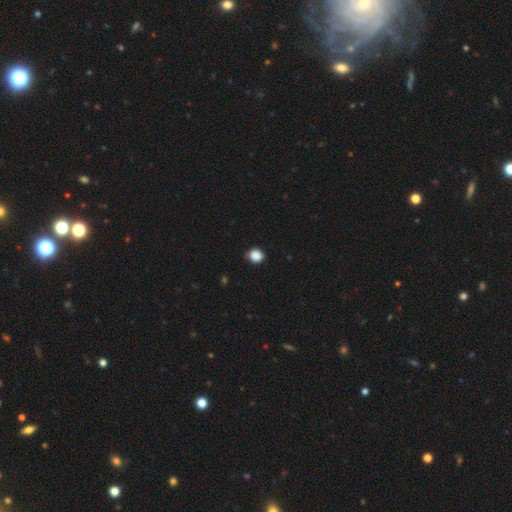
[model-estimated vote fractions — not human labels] smooth_or_featured: smooth (p=0.88) [alt: star or artifact p=0.10]
how_rounded: round (p=0.80) [alt: in between p=0.19]
merging: none (p=0.83) [alt: minor disturbance p=0.14]